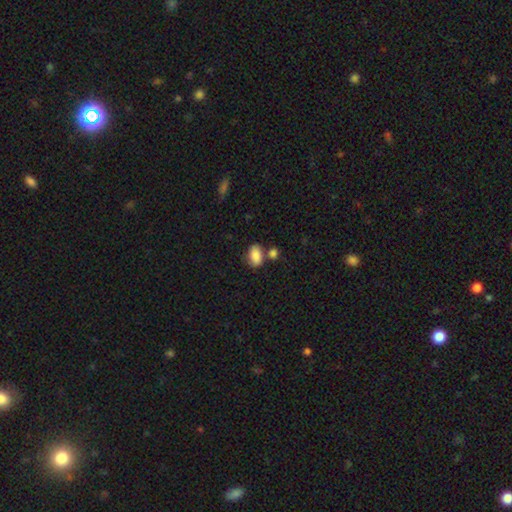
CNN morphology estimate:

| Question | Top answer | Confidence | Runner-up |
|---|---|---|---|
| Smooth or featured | smooth | 84% | star or artifact (8%) |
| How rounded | in between | 87% | round (12%) |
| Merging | none | 53% | merger (24%) |